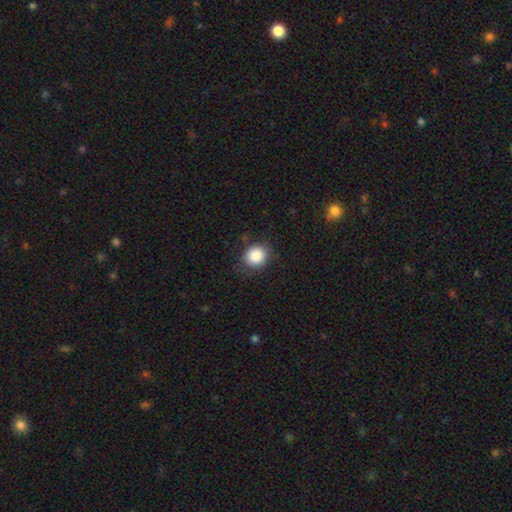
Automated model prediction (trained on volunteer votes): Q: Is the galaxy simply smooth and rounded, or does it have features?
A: smooth — 87%.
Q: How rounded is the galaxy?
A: round — 84%.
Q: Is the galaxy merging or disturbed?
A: none — 81%.